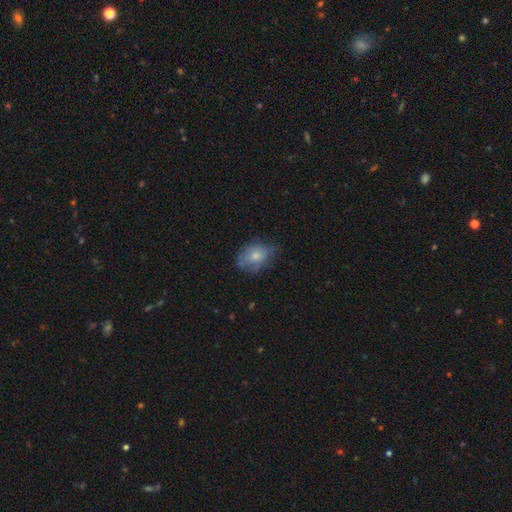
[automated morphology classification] smooth_or_featured: smooth (p=0.72) [alt: featured or disk p=0.19]
how_rounded: in between (p=0.69) [alt: round p=0.30]
merging: none (p=0.54) [alt: minor disturbance p=0.34]